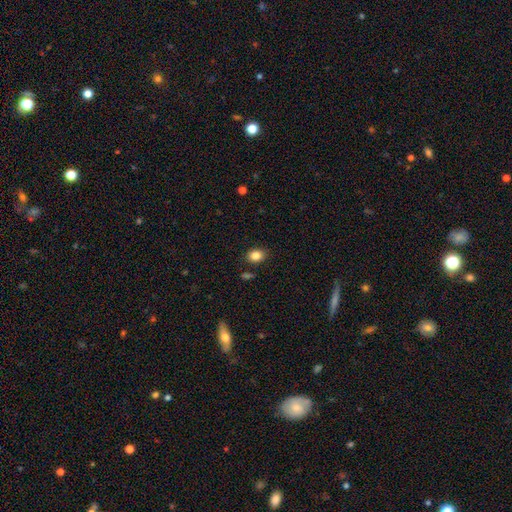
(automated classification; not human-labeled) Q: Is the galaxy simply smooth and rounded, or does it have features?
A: smooth — 84%.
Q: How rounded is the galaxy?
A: in between — 58%.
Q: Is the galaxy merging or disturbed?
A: none — 85%.